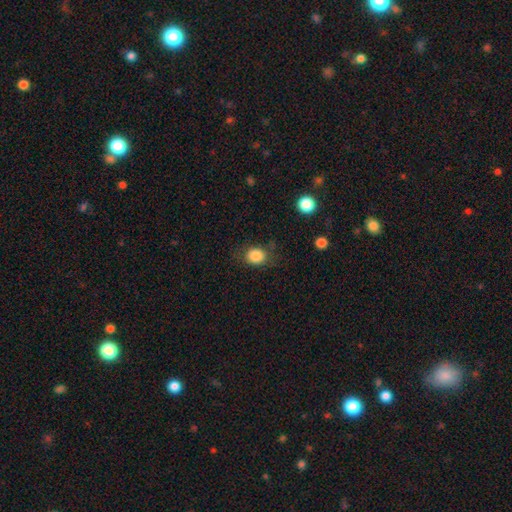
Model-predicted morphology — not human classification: smooth-or-featured: smooth: 85% | star or artifact: 9% | featured or disk: 6%
  how-rounded: round: 59% | in between: 40% | cigar-shaped: 1%
  merging: none: 74% | minor disturbance: 17% | major disturbance: 7% | merger: 2%